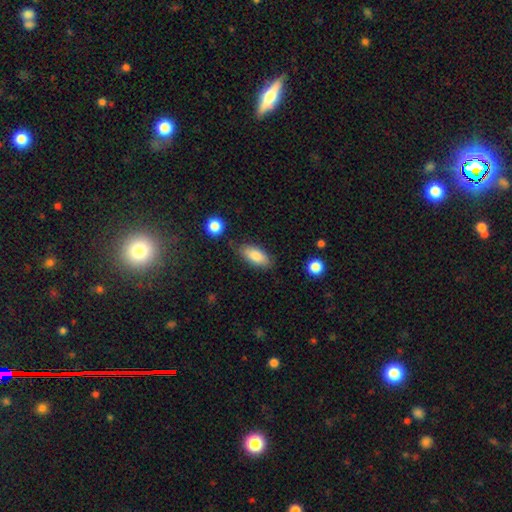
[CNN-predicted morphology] Overall: smooth (82%). How rounded: in between (85%). Merging: none (78%).